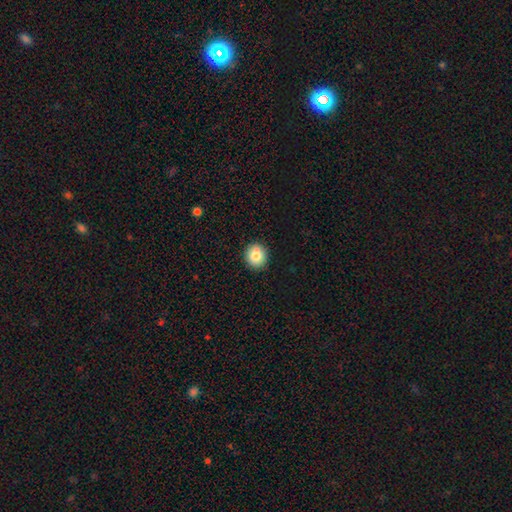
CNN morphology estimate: smooth-or-featured: smooth: 82% | star or artifact: 9% | featured or disk: 9%
  how-rounded: round: 87% | in between: 12% | cigar-shaped: 1%
  merging: none: 90% | minor disturbance: 7% | major disturbance: 2% | merger: 2%